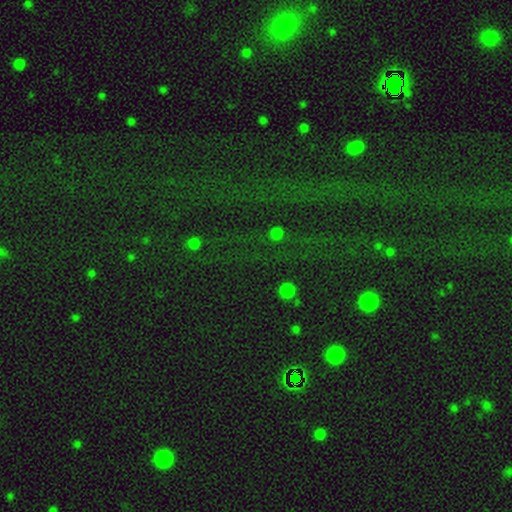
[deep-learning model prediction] star or artifact 78%, smooth 14%, featured or disk 8%.